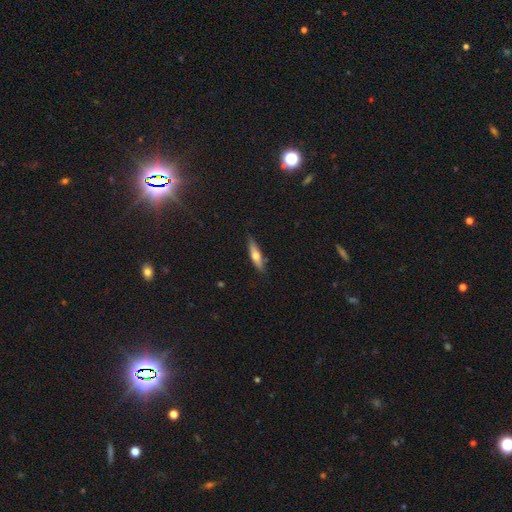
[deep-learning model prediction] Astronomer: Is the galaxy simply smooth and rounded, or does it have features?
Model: smooth — 49% (runner-up: featured or disk, 45%).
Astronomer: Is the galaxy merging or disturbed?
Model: none — 84%.